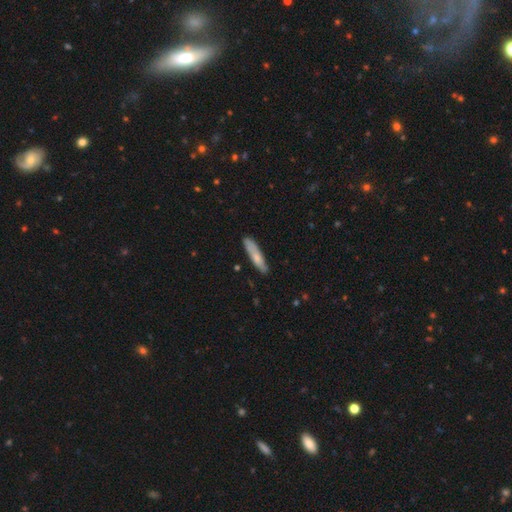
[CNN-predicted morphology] Smooth or featured? smooth (70%)
How rounded? cigar-shaped (84%)
Merging? none (78%)